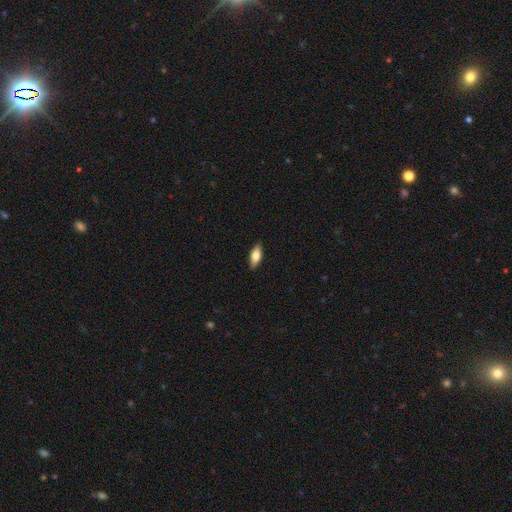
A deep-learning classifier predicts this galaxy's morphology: Smooth or featured? Predicted: smooth (p=0.67). How rounded? Predicted: in between (p=0.76). Merging? Predicted: none (p=0.89).